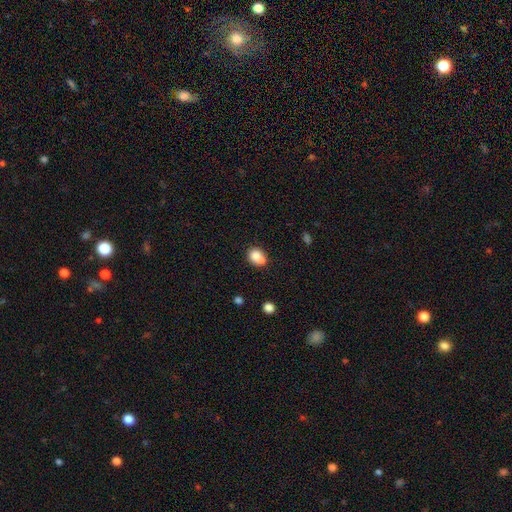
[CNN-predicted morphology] This appears to be a smooth galaxy with no disk features (80%) that is in between round and cigar-shaped (63%). Merging: none (47%).